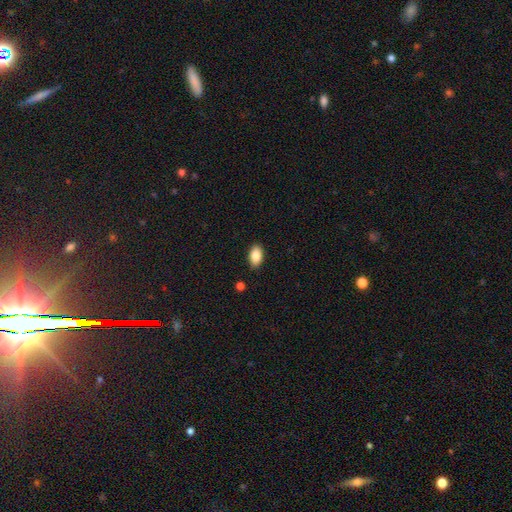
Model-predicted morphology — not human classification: smooth-or-featured: smooth: 86% | star or artifact: 7% | featured or disk: 7%
  how-rounded: in between: 92% | round: 6% | cigar-shaped: 2%
  merging: none: 87% | minor disturbance: 9% | major disturbance: 2% | merger: 1%